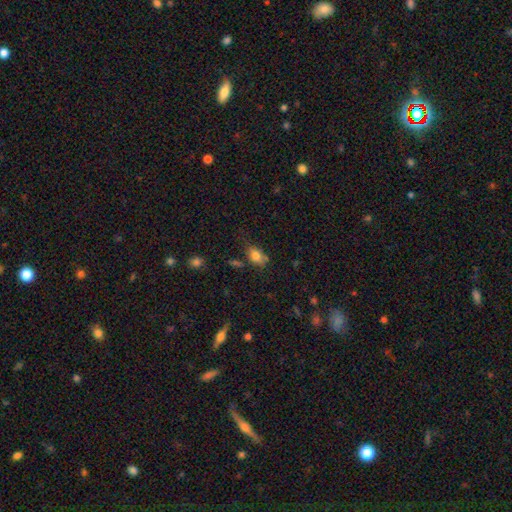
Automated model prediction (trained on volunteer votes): Smooth or featured: smooth — 78% (featured or disk — 12%)
How rounded: in between — 79% (round — 18%)
Merging: none — 50% (minor disturbance — 31%)